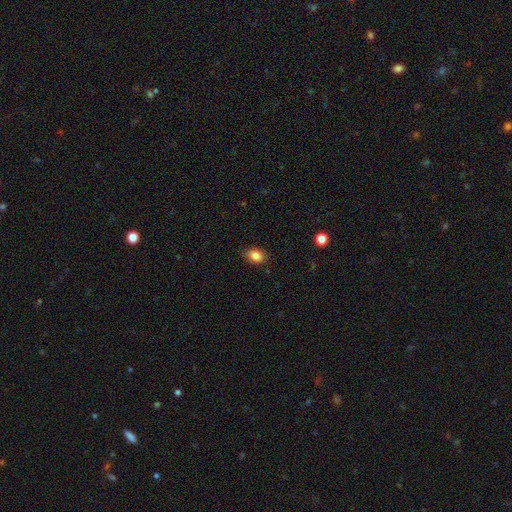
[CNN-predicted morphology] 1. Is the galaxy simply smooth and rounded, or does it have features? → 85% smooth, 9% star or artifact, 6% featured or disk.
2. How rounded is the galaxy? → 74% in between, 24% round, 1% cigar-shaped.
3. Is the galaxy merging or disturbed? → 82% none, 14% minor disturbance, 2% major disturbance, 1% merger.